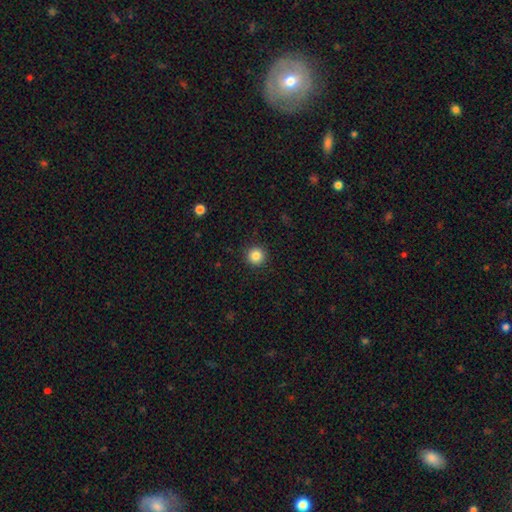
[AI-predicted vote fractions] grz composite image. It shows a smooth galaxy with no disk features (85%) that is round (96%). Merging: none (92%).